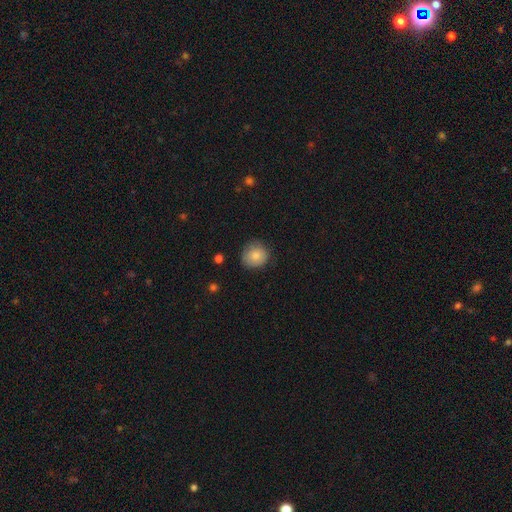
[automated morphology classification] This is clearly a smooth galaxy (83%). How rounded: clearly round (85%). Merging: likely none (79%).